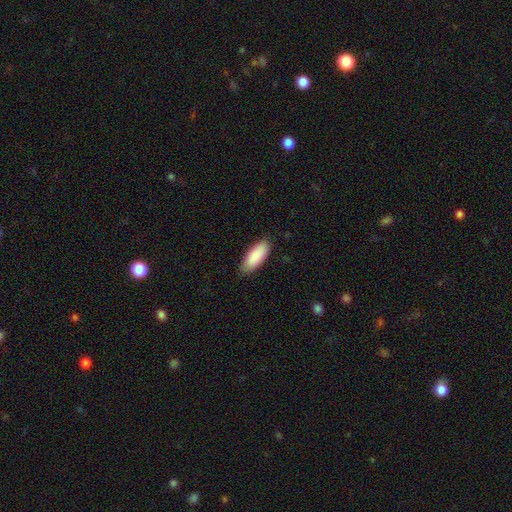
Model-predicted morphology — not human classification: smooth-or-featured: smooth: 90% | star or artifact: 5% | featured or disk: 5%
  how-rounded: in between: 78% | cigar-shaped: 20% | round: 1%
  merging: none: 84% | minor disturbance: 13% | major disturbance: 2% | merger: 1%